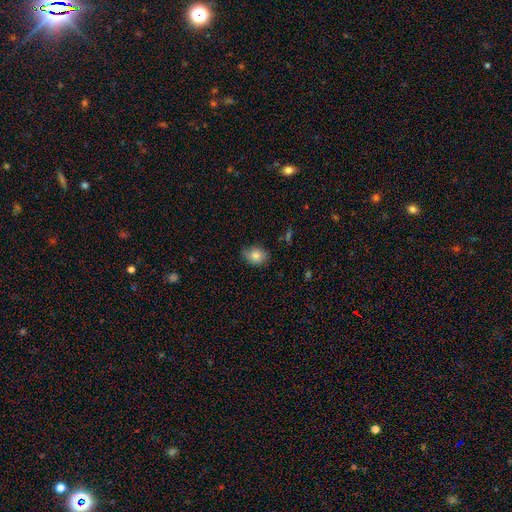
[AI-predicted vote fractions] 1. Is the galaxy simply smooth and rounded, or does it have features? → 83% smooth, 9% star or artifact, 8% featured or disk.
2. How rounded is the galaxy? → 56% in between, 43% round, 1% cigar-shaped.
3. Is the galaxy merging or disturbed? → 74% none, 21% minor disturbance, 3% major disturbance, 1% merger.